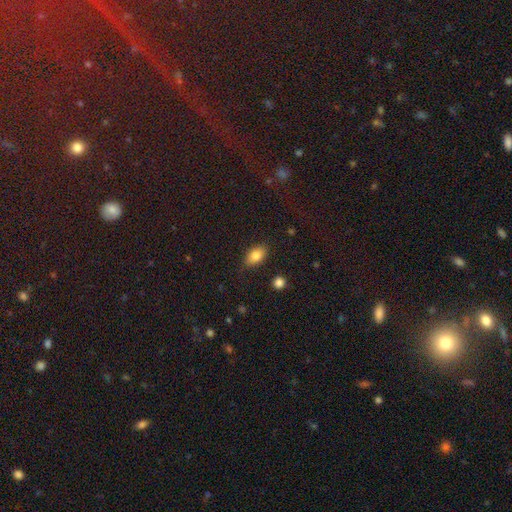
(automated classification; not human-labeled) Q: Smooth or featured?
A: smooth (82%); runner-up: featured or disk (9%)
Q: How rounded?
A: in between (88%); runner-up: round (9%)
Q: Merging?
A: none (82%); runner-up: minor disturbance (14%)